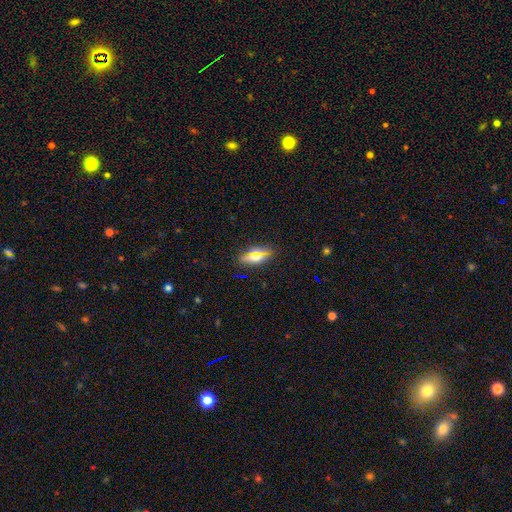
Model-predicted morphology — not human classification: Smooth or featured?
  - smooth: 64% *
  - featured or disk: 20%
  - star or artifact: 16%
How rounded?
  - in between: 81% *
  - cigar-shaped: 12%
  - round: 7%
Merging?
  - none: 86% *
  - minor disturbance: 10%
  - major disturbance: 3%
  - merger: 1%